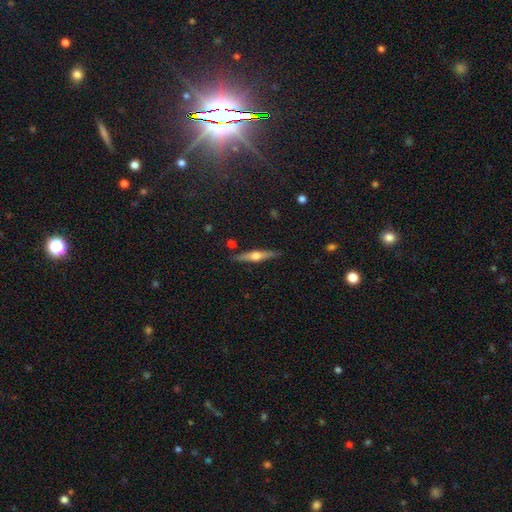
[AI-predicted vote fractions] The model was most divided on "smooth or featured": featured or disk: 65%, smooth: 29%, star or artifact: 6%. More confident: edge-on disk — yes (96%); edge-on bulge — rounded (92%); merging — none (87%).